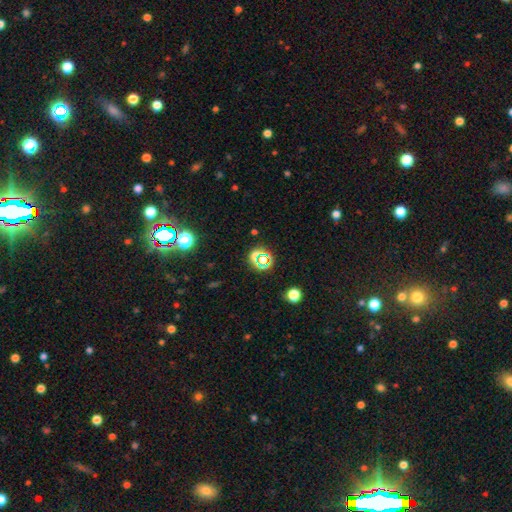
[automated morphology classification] A star or artifact, not a galaxy (63%).

Vote fractions:
- Smooth or featured? star or artifact: 63% / smooth: 27% / featured or disk: 10%